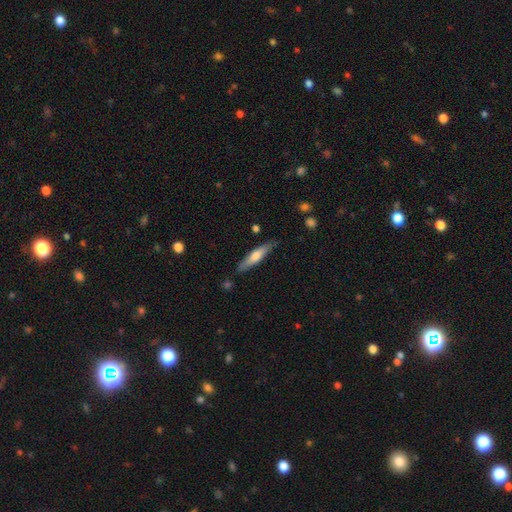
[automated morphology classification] type=smooth (55%); roundness=cigar-shaped (84%); merging=none (84%).